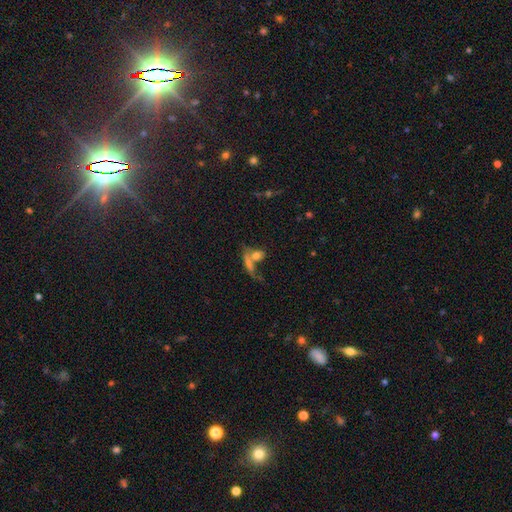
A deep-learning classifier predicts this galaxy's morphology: Overall: smooth (66%). How rounded: in between (57%; round 26%). Merging: merger (49%; none 31%).